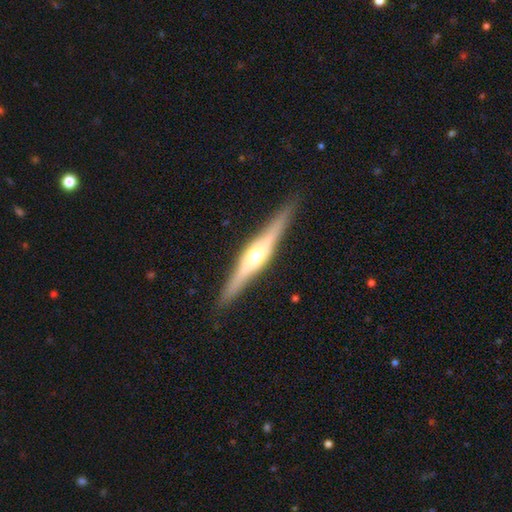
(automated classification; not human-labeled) Smooth or featured? featured or disk (76%)
Edge-on disk? yes (97%)
Edge-on bulge? rounded (88%)
Merging? none (89%)